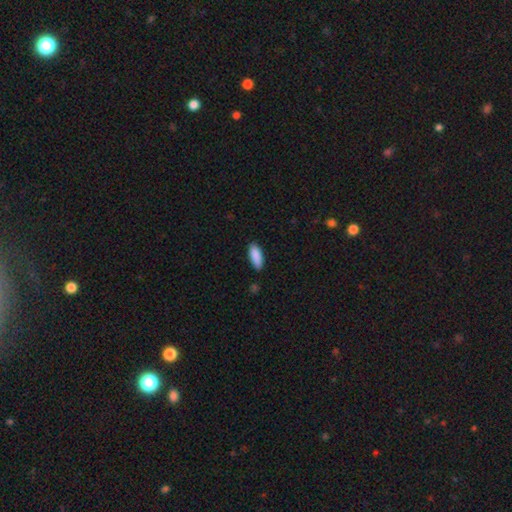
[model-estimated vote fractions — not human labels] The model was most divided on "how rounded": in between: 75%, cigar-shaped: 23%, round: 2%. More confident: smooth or featured — smooth (89%); merging — none (84%).